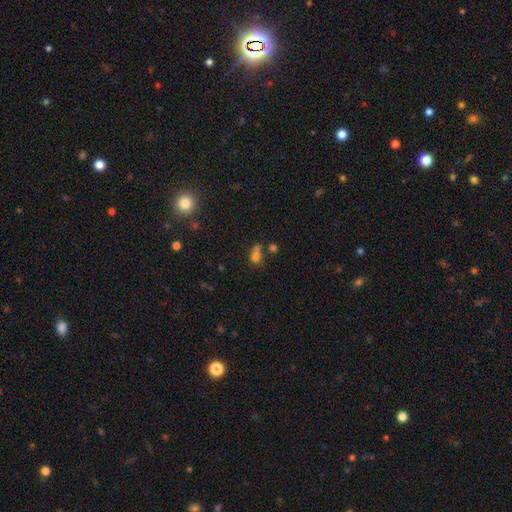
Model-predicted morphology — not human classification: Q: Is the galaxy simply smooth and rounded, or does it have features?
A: smooth — 68%.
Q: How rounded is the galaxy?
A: in between — 51%.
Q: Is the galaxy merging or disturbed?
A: merger — 46%.